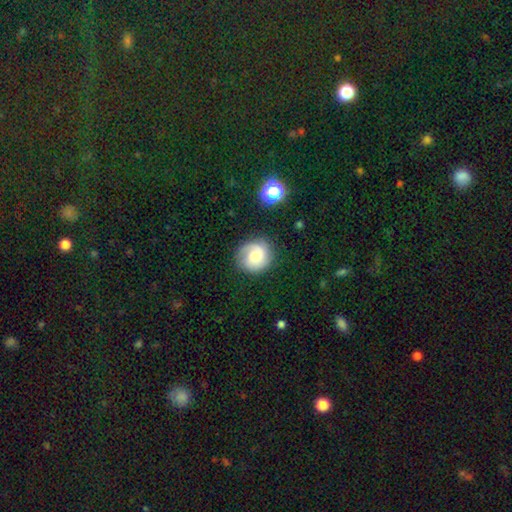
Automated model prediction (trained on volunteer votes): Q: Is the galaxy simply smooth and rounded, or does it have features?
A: featured or disk — 55%.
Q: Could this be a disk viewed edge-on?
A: no — 98%.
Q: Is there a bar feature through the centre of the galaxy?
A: no — 65%.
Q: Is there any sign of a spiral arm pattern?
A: yes — 90%.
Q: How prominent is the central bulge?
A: moderate — 57%.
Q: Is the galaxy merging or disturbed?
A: none — 77%.